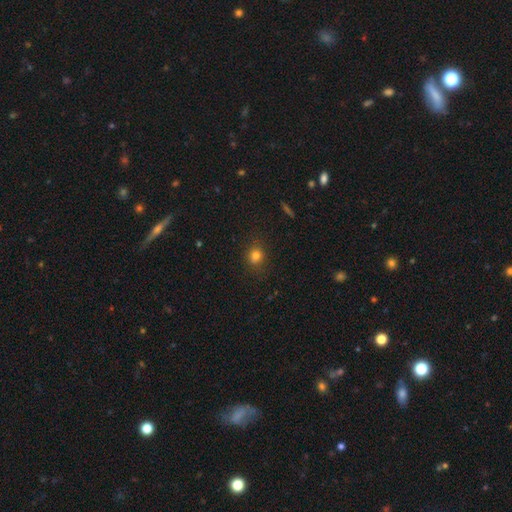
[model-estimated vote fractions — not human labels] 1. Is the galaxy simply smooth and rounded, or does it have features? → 77% smooth, 15% star or artifact, 8% featured or disk.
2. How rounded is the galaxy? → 66% round, 33% in between, 1% cigar-shaped.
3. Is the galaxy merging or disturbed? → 81% none, 13% minor disturbance, 4% major disturbance, 2% merger.